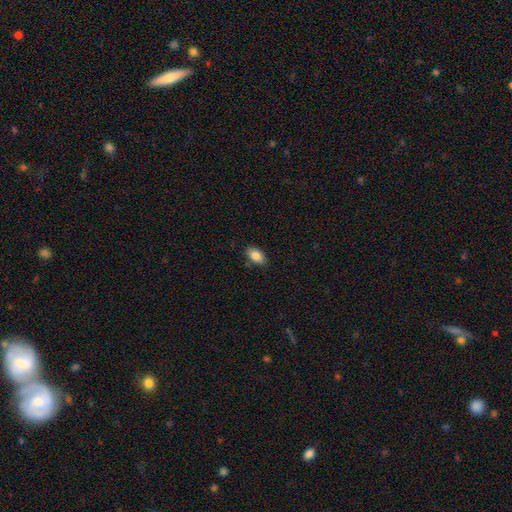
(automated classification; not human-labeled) This is clearly a smooth galaxy (86%). How rounded: clearly in between (91%). Merging: clearly none (84%).